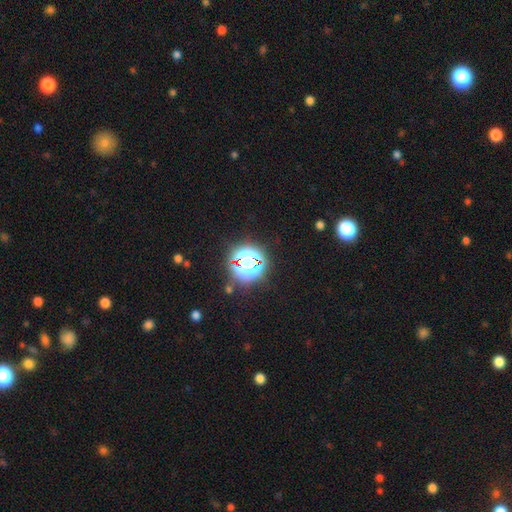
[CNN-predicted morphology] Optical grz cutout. It shows a star or artifact, not a galaxy (71%).